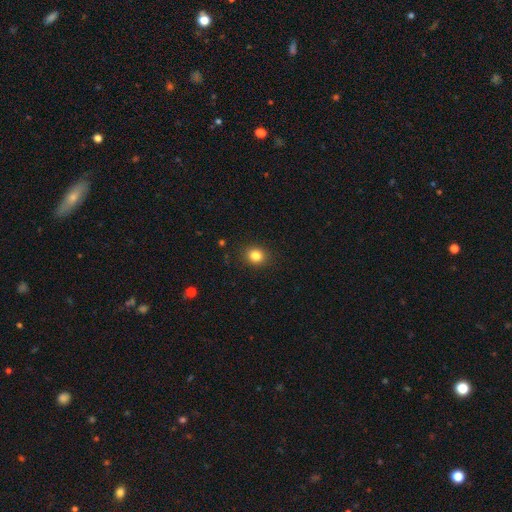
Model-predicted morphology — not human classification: Smooth or featured? Predicted: smooth (p=0.83). How rounded? Predicted: round (p=0.72). Merging? Predicted: none (p=0.89).